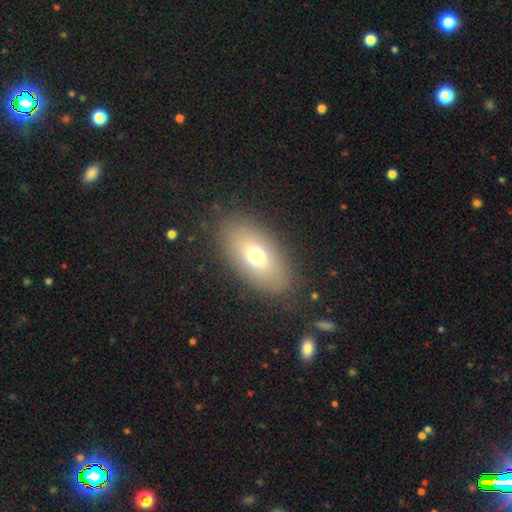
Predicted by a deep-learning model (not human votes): The model was most divided on "smooth or featured": smooth: 68%, featured or disk: 21%, star or artifact: 11%. More confident: how rounded — in between (89%); merging — none (84%).